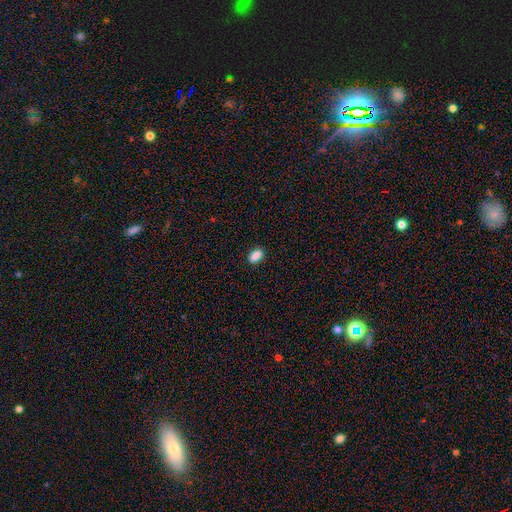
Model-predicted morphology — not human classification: smooth 88%, star or artifact 9%, featured or disk 4%. Down the decision tree: how rounded — in between (88%); merging — none (89%).